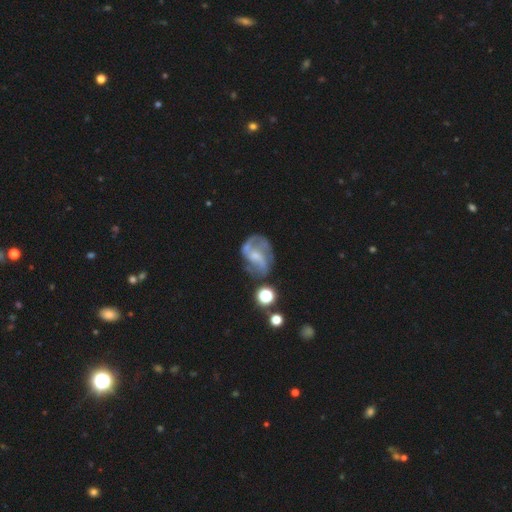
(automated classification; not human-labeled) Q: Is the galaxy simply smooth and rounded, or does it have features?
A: featured or disk — 74%.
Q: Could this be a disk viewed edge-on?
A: no — 97%.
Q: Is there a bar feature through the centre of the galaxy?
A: weak — 43%, tied with no.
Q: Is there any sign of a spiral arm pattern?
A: yes — 82%.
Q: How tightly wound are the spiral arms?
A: medium — 42%, tied with loose.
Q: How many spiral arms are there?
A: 2 — 56%.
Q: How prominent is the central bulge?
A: small — 43%.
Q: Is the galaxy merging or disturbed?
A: none — 47%.